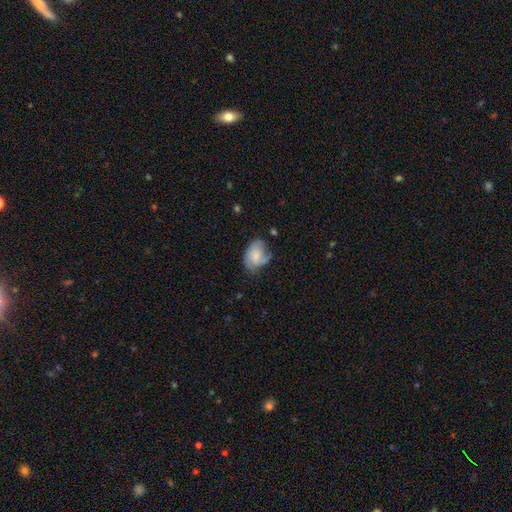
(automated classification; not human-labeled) This appears to be a smooth galaxy with no disk features (48%). Merging: none (43%).